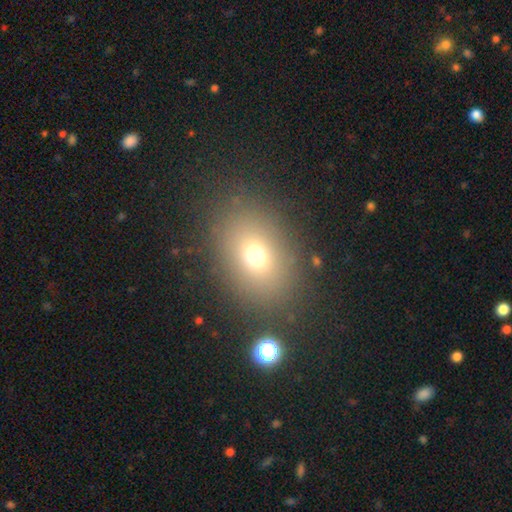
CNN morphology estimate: smooth-or-featured: smooth: 69% | star or artifact: 18% | featured or disk: 12%
  how-rounded: in between: 63% | round: 36% | cigar-shaped: 1%
  merging: none: 82% | minor disturbance: 9% | major disturbance: 6% | merger: 3%